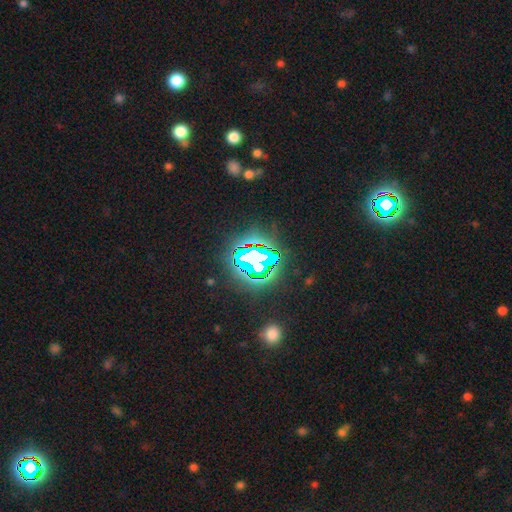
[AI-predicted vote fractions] The model was most divided on "smooth or featured": star or artifact: 77%, smooth: 12%, featured or disk: 12%.